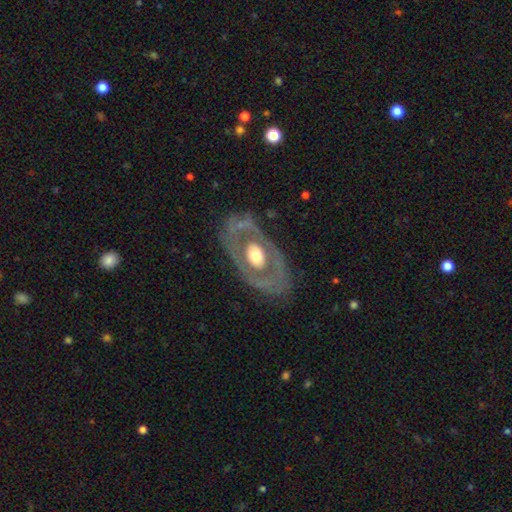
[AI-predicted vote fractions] Q: Smooth or featured?
A: featured or disk (67%); runner-up: smooth (28%)
Q: Edge-on disk?
A: no (91%); runner-up: yes (9%)
Q: Bar?
A: no (84%); runner-up: weak (11%)
Q: Spiral arms?
A: no (78%); runner-up: yes (22%)
Q: Bulge size?
A: moderate (59%); runner-up: large (31%)
Q: Merging?
A: none (75%); runner-up: minor disturbance (15%)